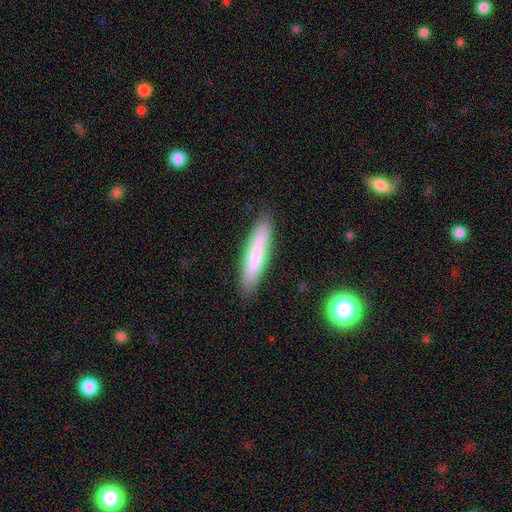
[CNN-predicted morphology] Overall: smooth (76%). How rounded: cigar-shaped (85%). Merging: none (88%).